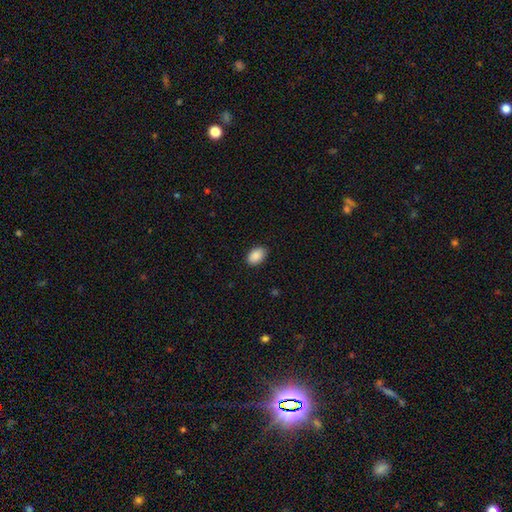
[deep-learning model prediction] This appears to be a smooth galaxy with no disk features (90%) that is in between round and cigar-shaped (88%). Merging: none (87%).